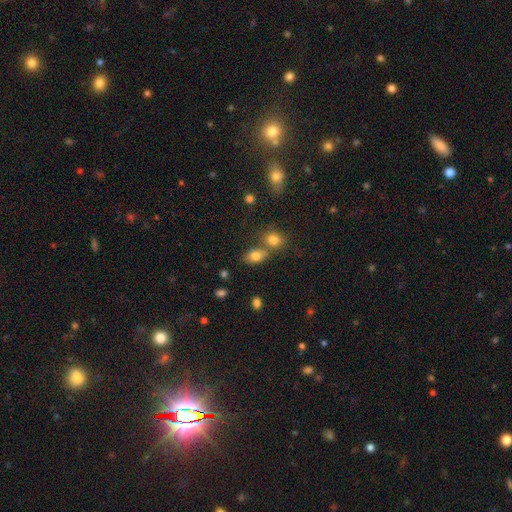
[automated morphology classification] Overall: smooth (79%). How rounded: in between (73%). Merging: none (52%; merger 33%).